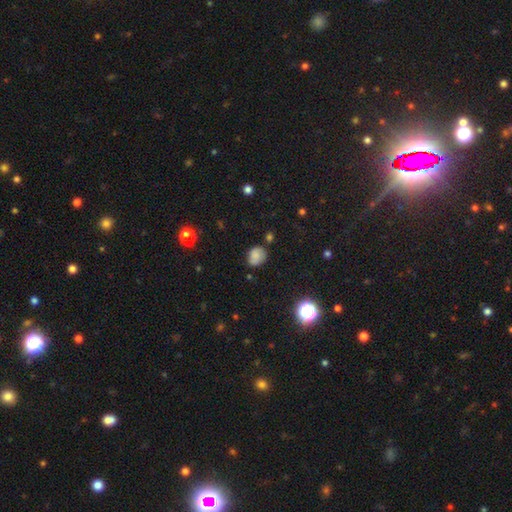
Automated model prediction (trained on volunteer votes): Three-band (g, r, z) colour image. It shows a smooth galaxy with no disk features (75%) that is round (57%). Merging: none (67%).